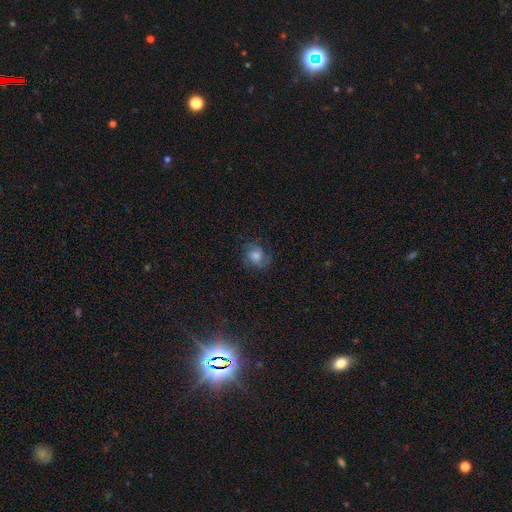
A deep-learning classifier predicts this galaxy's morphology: Q: Smooth or featured?
A: featured or disk (62%); runner-up: smooth (25%)
Q: Edge-on disk?
A: no (97%); runner-up: yes (3%)
Q: Bar?
A: no (69%); runner-up: weak (27%)
Q: Spiral arms?
A: yes (92%); runner-up: no (8%)
Q: Spiral winding?
A: medium (47%); runner-up: tight (36%)
Q: Spiral arm count?
A: 2 (51%); runner-up: can't tell (18%)
Q: Bulge size?
A: moderate (48%); runner-up: large (25%)
Q: Merging?
A: none (72%); runner-up: minor disturbance (17%)